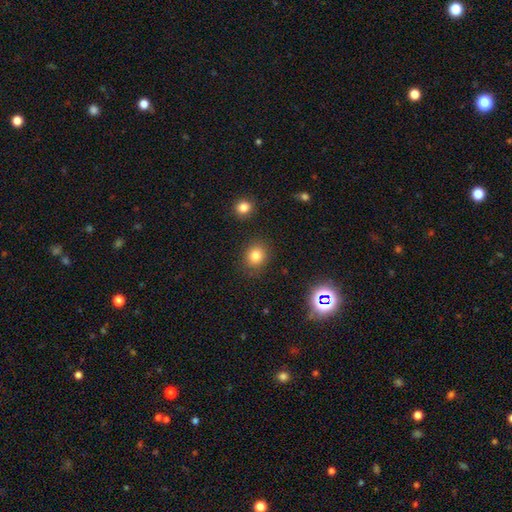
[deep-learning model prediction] smooth-or-featured: smooth: 80% | star or artifact: 13% | featured or disk: 7%
  how-rounded: round: 74% | in between: 25% | cigar-shaped: 1%
  merging: none: 86% | minor disturbance: 9% | major disturbance: 3% | merger: 3%